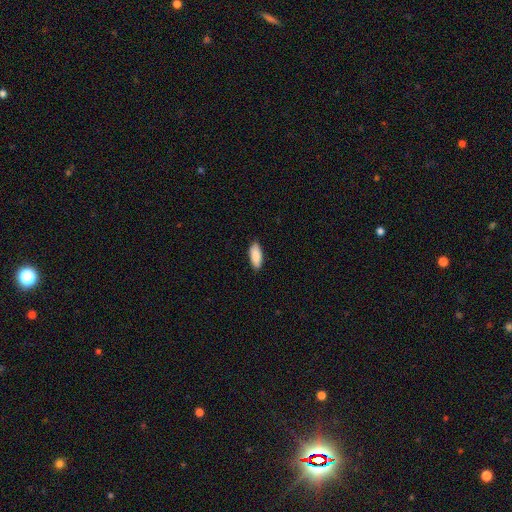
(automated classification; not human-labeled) Morphology: type=smooth (89%); roundness=in between (78%); merging=none (89%).